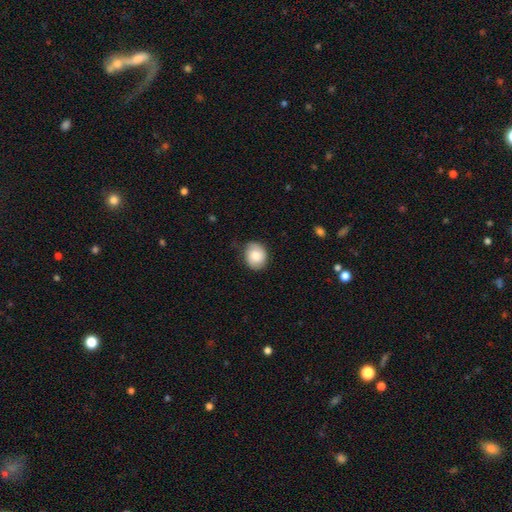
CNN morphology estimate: Smooth or featured: smooth — 74% (featured or disk — 18%)
How rounded: round — 60% (in between — 39%)
Merging: none — 74% (minor disturbance — 20%)